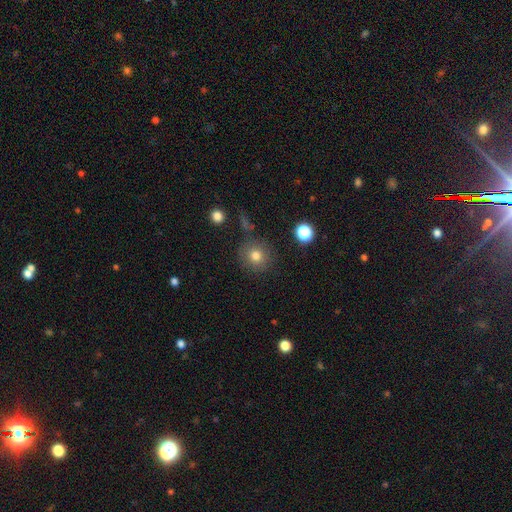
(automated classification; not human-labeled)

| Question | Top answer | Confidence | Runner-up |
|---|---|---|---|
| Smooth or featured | smooth | 78% | star or artifact (12%) |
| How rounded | round | 92% | in between (7%) |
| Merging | none | 82% | minor disturbance (10%) |